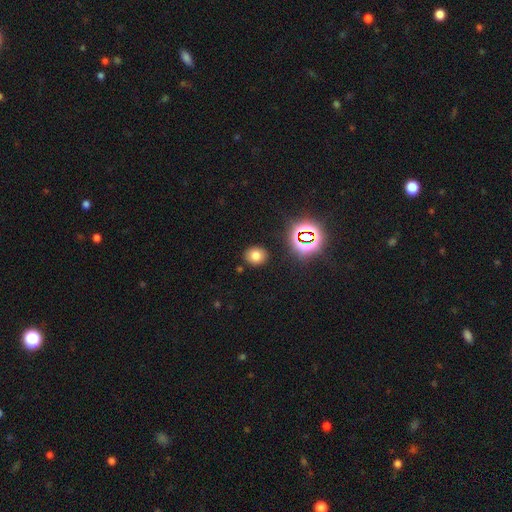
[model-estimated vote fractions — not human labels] Q: Smooth or featured?
A: smooth (72%); runner-up: star or artifact (20%)
Q: How rounded?
A: round (68%); runner-up: in between (31%)
Q: Merging?
A: none (87%); runner-up: minor disturbance (8%)